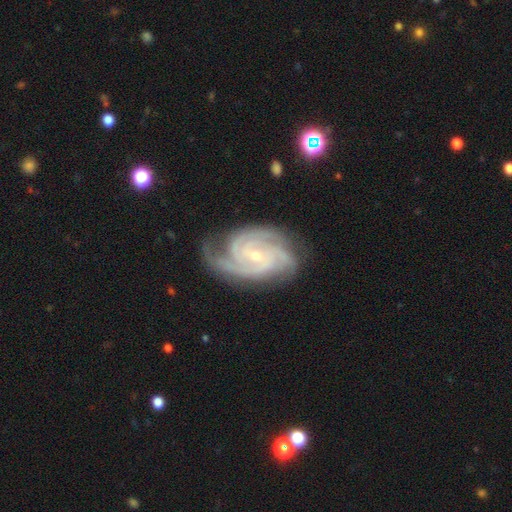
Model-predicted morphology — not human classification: This appears to be a featured or disk galaxy (91%) with no bar (54%), 3 (44%) tight (64%) spiral arms (99%) and a small central bulge (74%). Merging: none (72%).